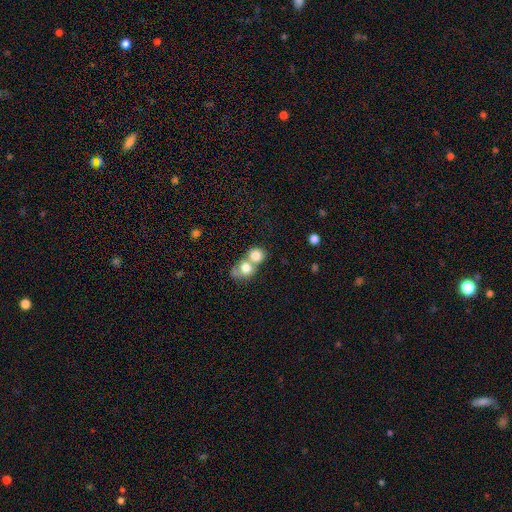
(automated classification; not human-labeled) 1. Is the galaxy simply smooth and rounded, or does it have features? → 78% smooth, 13% featured or disk, 9% star or artifact.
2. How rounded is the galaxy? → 76% round, 22% in between, 1% cigar-shaped.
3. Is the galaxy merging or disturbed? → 65% merger, 26% none, 6% minor disturbance, 3% major disturbance.